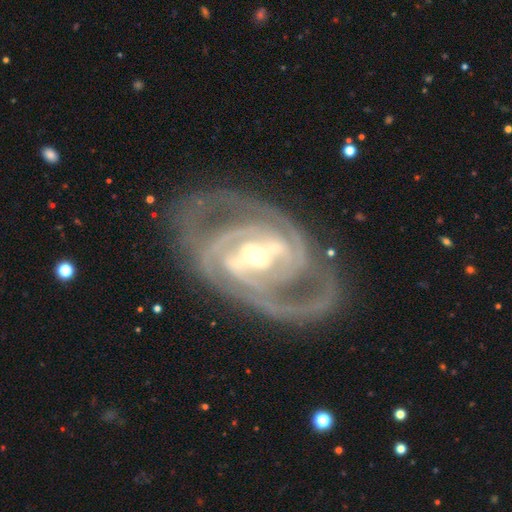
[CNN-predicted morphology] smooth_or_featured: featured or disk (p=0.92) [alt: star or artifact p=0.04]
disk_edge_on: no (p=0.97) [alt: yes p=0.03]
bar: strong (p=0.54) [alt: weak p=0.32]
has_spiral_arms: yes (p=0.97) [alt: no p=0.03]
spiral_winding: tight (p=0.53) [alt: medium p=0.38]
spiral_arm_count: 2 (p=0.55) [alt: 3 p=0.21]
bulge_size: moderate (p=0.58) [alt: small p=0.35]
merging: none (p=0.65) [alt: minor disturbance p=0.18]